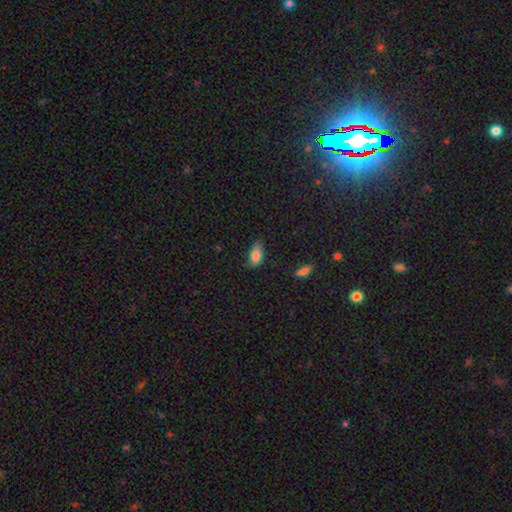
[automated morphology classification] Overall: smooth (76%). How rounded: in between (88%). Merging: none (54%; minor disturbance 34%).